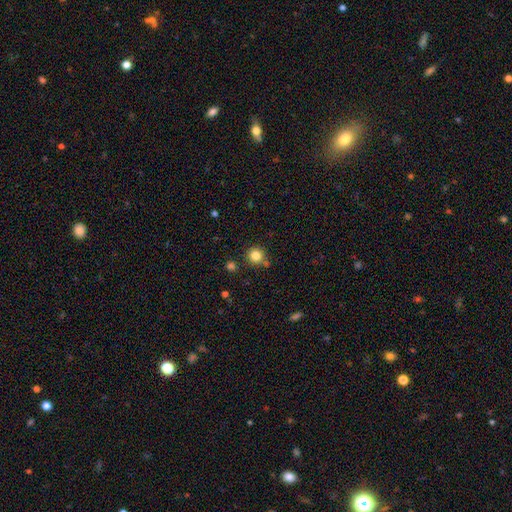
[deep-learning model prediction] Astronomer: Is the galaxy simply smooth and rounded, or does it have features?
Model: smooth — 83%.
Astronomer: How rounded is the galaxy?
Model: round — 93%.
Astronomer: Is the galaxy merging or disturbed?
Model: none — 77%.